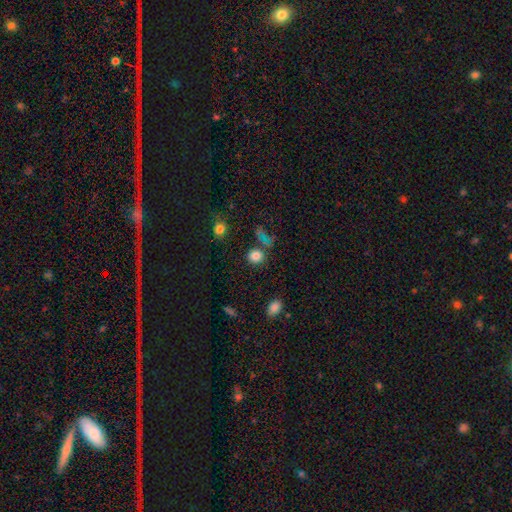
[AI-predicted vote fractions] This is clearly a smooth galaxy (81%). How rounded: likely round (76%). Merging: likely none (70%).